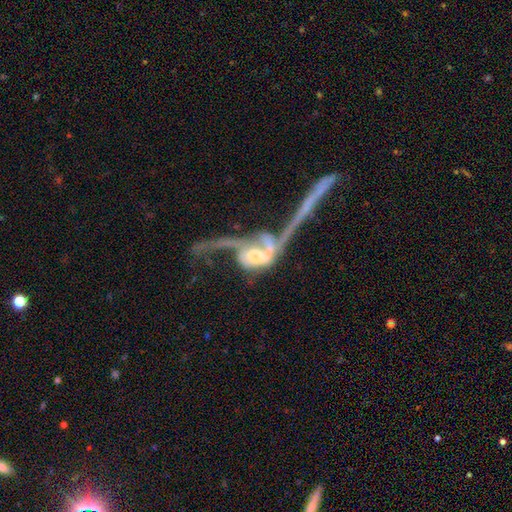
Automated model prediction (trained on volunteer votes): Smooth or featured: featured or disk — 70% (smooth — 21%)
Edge-on disk: no — 82% (yes — 18%)
Bar: no — 61% (weak — 25%)
Spiral arms: yes — 64% (no — 36%)
Bulge size: moderate — 58% (large — 22%)
Merging: merger — 39% (major disturbance — 37%)